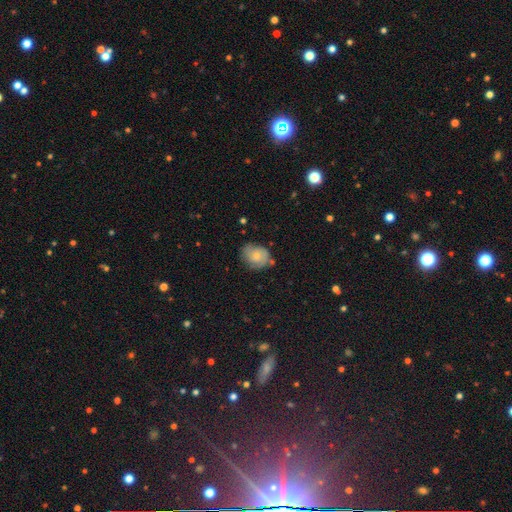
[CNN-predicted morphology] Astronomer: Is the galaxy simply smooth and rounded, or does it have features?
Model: smooth — 50% (runner-up: featured or disk, 42%).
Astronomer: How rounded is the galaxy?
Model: round — 54% (runner-up: in between, 45%).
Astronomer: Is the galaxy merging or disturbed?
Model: none — 62%.